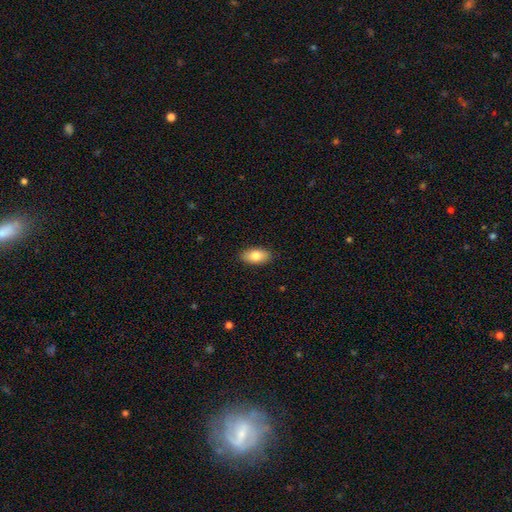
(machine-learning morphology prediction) Smooth or featured? Predicted: smooth (p=0.83). How rounded? Predicted: in between (p=0.91). Merging? Predicted: none (p=0.89).